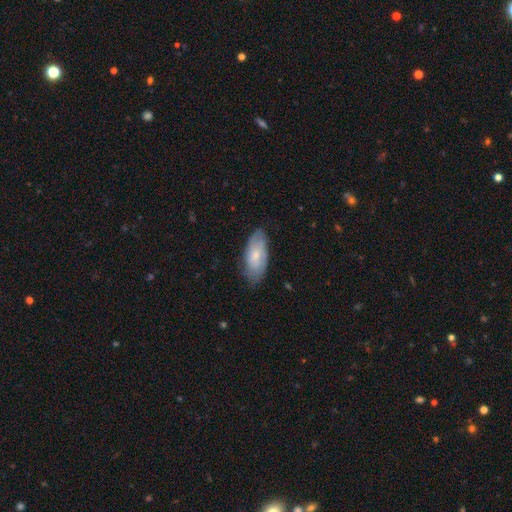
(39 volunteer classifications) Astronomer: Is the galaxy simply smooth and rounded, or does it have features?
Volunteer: smooth — 67%.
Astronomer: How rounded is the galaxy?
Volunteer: in between — 81%.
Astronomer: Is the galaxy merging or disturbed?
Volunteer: none — 74%.